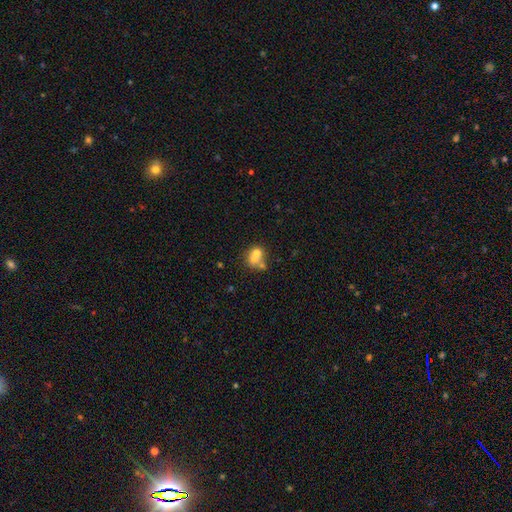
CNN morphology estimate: This appears to be a smooth galaxy with no disk features (63%) that is round (67%). Merging: merger (61%).